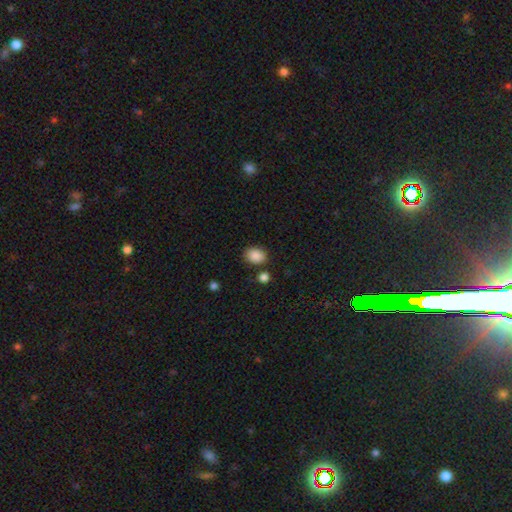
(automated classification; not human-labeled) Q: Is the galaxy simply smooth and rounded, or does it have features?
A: smooth — 88%.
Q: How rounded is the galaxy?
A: in between — 64%.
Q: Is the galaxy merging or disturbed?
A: none — 79%.